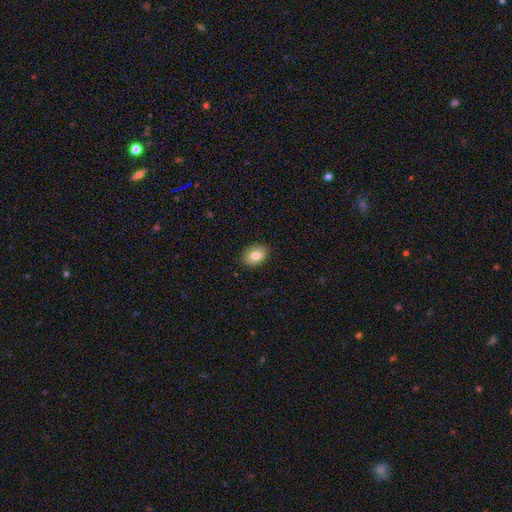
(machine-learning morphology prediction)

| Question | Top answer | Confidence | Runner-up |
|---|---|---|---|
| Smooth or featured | smooth | 82% | featured or disk (10%) |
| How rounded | in between | 75% | round (24%) |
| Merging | none | 87% | minor disturbance (9%) |